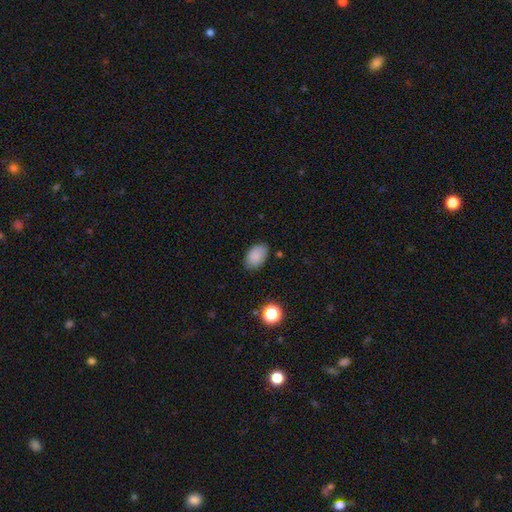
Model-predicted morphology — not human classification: smooth-or-featured: smooth: 86% | star or artifact: 9% | featured or disk: 5%
  how-rounded: in between: 89% | round: 9% | cigar-shaped: 1%
  merging: none: 81% | minor disturbance: 15% | major disturbance: 3% | merger: 2%